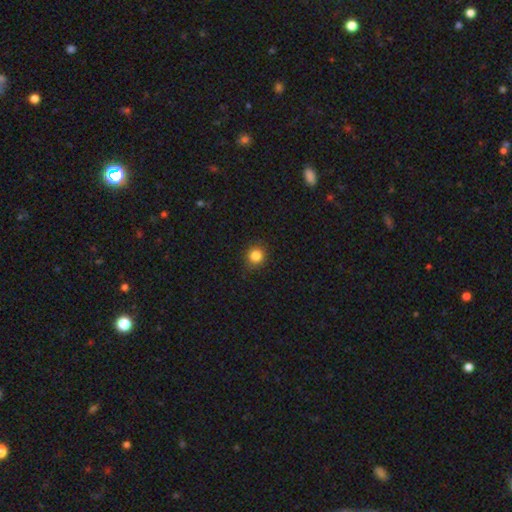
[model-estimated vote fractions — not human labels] Smooth or featured? Predicted: smooth (p=0.84). How rounded? Predicted: round (p=0.87). Merging? Predicted: none (p=0.89).